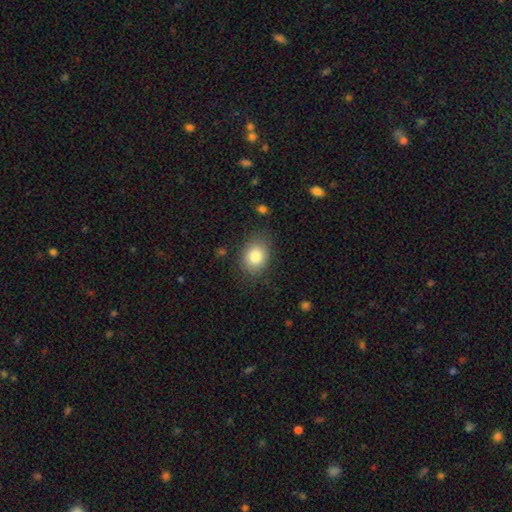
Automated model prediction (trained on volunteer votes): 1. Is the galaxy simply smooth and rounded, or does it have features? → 83% smooth, 9% star or artifact, 8% featured or disk.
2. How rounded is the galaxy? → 50% in between, 49% round, 1% cigar-shaped.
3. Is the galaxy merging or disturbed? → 82% none, 13% minor disturbance, 4% major disturbance, 1% merger.